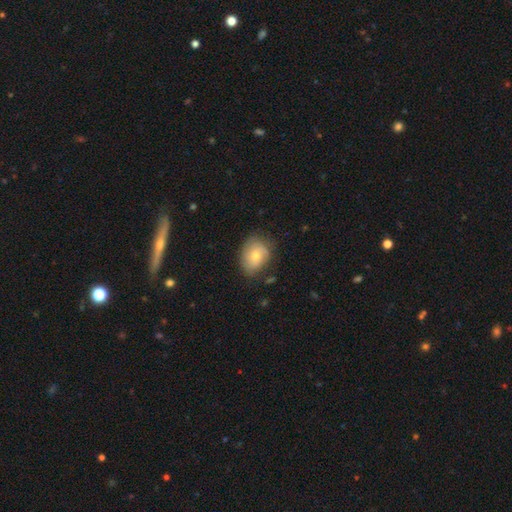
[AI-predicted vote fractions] Q: Smooth or featured?
A: smooth (62%); runner-up: featured or disk (31%)
Q: How rounded?
A: in between (54%); runner-up: round (45%)
Q: Merging?
A: none (67%); runner-up: minor disturbance (24%)